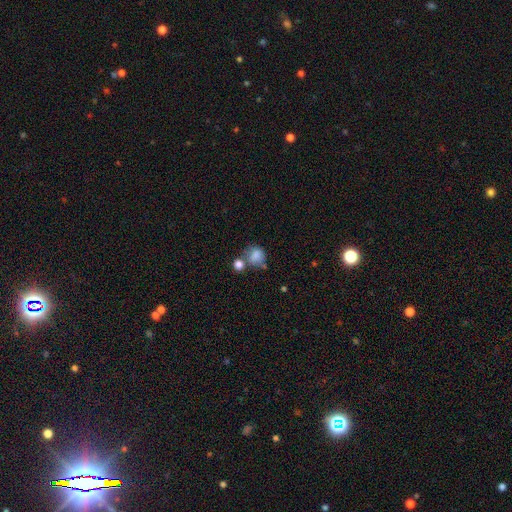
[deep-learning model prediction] Smooth or featured: smooth — 79% (star or artifact — 10%)
How rounded: round — 66% (in between — 33%)
Merging: none — 40% (merger — 31%)